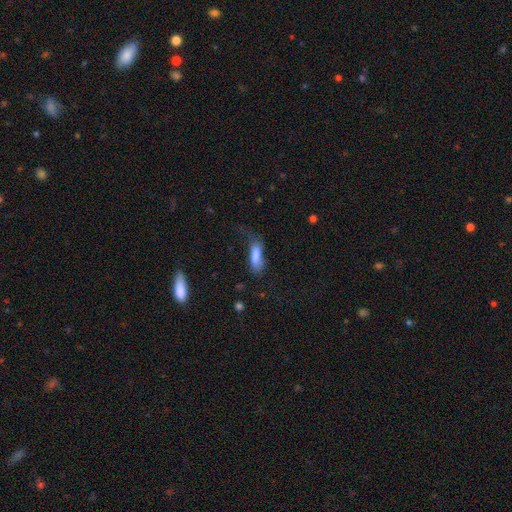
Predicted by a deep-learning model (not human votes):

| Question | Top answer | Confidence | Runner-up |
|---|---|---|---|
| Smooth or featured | smooth | 79% | featured or disk (12%) |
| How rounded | in between | 60% | cigar-shaped (37%) |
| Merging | major disturbance | 34% | none (32%) |